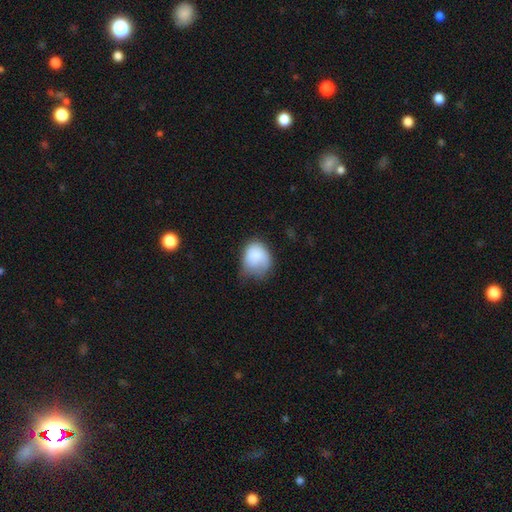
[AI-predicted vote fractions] The model was most divided on "how rounded": round: 55%, in between: 45%, cigar-shaped: 1%. Remaining: smooth or featured — smooth (81%); merging — minor disturbance (42%).